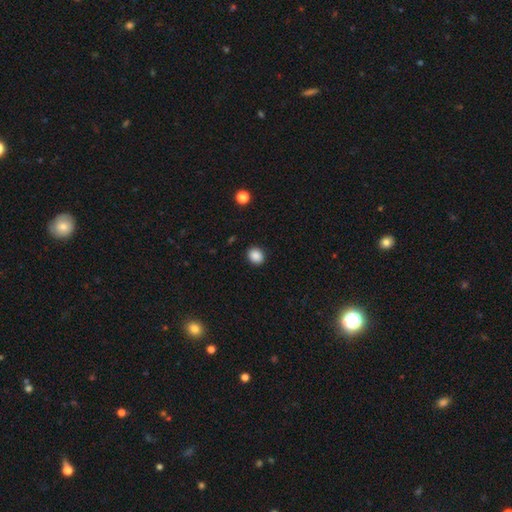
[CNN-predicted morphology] smooth-or-featured: smooth: 88% | star or artifact: 9% | featured or disk: 3%
  how-rounded: round: 65% | in between: 34% | cigar-shaped: 1%
  merging: none: 91% | minor disturbance: 6% | major disturbance: 2% | merger: 1%